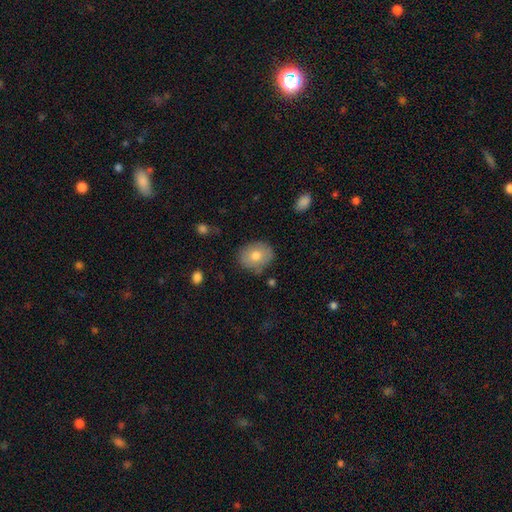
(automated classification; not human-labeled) smooth_or_featured: smooth (p=0.74) [alt: featured or disk p=0.18]
how_rounded: round (p=0.54) [alt: in between p=0.45]
merging: none (p=0.80) [alt: minor disturbance p=0.15]